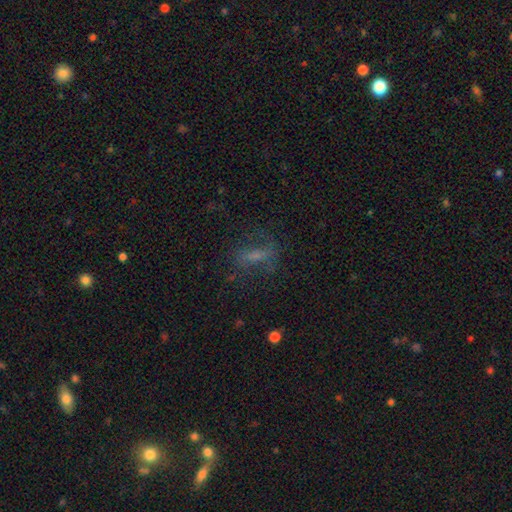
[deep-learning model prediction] The model was most divided on "smooth or featured" (2-way tie): featured or disk: 39%, smooth: 39%, star or artifact: 22%. More confident: merging — none (63%).